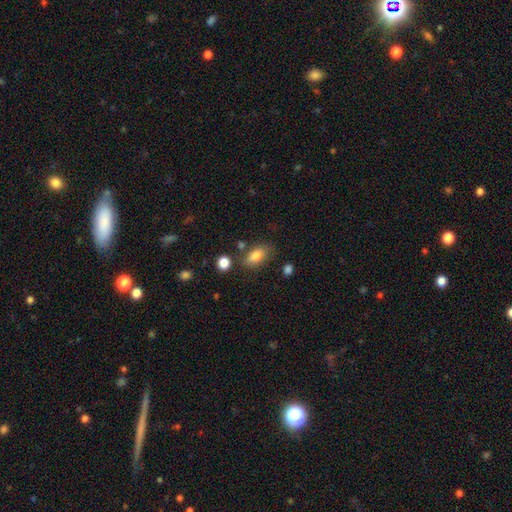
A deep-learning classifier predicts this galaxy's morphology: smooth 82%, featured or disk 10%, star or artifact 8%. Down the decision tree: how rounded — in between (87%); merging — none (70%).